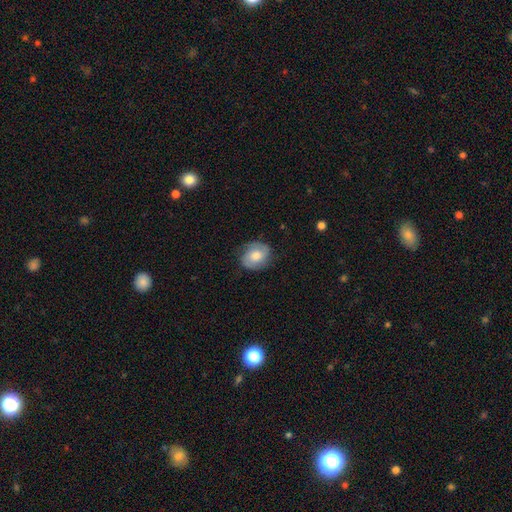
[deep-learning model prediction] smooth_or_featured: smooth (p=0.48) [alt: featured or disk p=0.44]
merging: none (p=0.74) [alt: minor disturbance p=0.19]